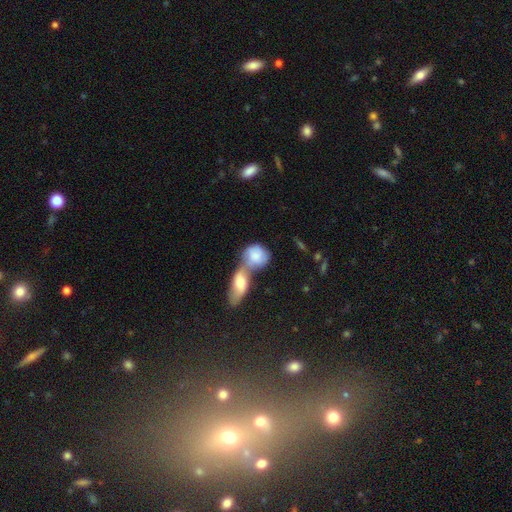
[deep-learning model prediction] Smooth or featured?
  - smooth: 69% *
  - featured or disk: 24%
  - star or artifact: 7%
How rounded?
  - in between: 54% *
  - round: 41%
  - cigar-shaped: 4%
Merging?
  - merger: 71% *
  - none: 17%
  - minor disturbance: 7%
  - major disturbance: 5%